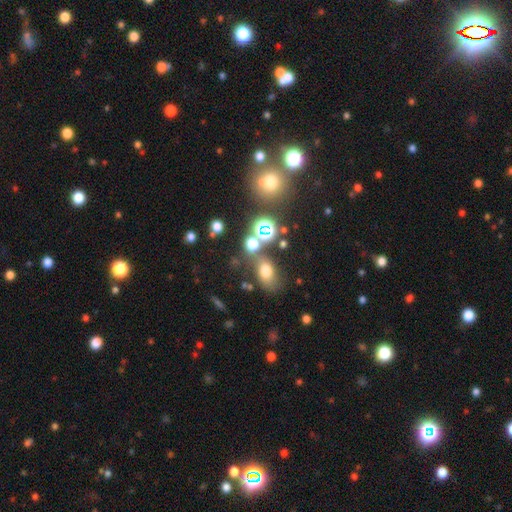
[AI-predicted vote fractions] smooth 44%, star or artifact 41%, featured or disk 15%. Down the decision tree: merging — none (64%).